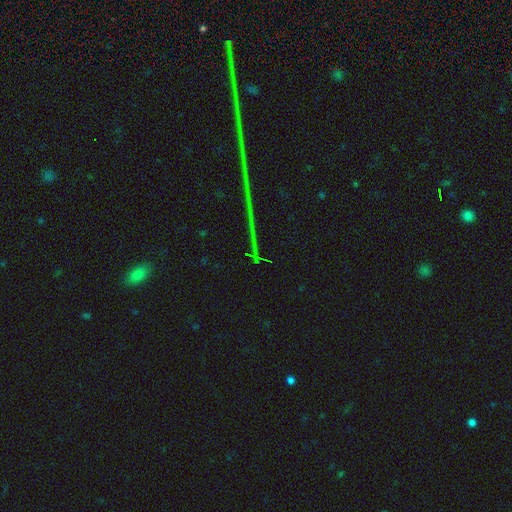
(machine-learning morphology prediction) A star or artifact, not a galaxy (83%).

Vote fractions:
- Smooth or featured? star or artifact: 83% / featured or disk: 10% / smooth: 7%